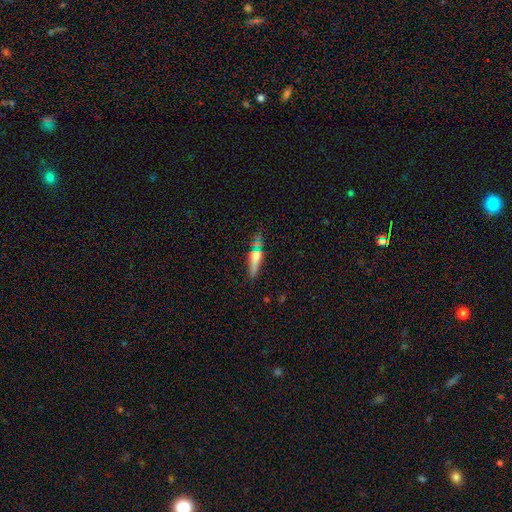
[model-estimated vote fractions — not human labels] smooth-or-featured: smooth: 58% | featured or disk: 26% | star or artifact: 16%
  how-rounded: cigar-shaped: 61% | in between: 33% | round: 6%
  merging: none: 53% | minor disturbance: 22% | major disturbance: 14% | merger: 10%